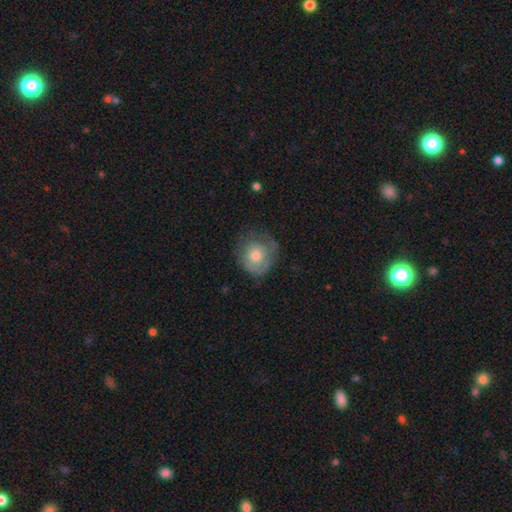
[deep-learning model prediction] A smooth galaxy with no disk features (56%) that is round (82%). Merging: none (57%).